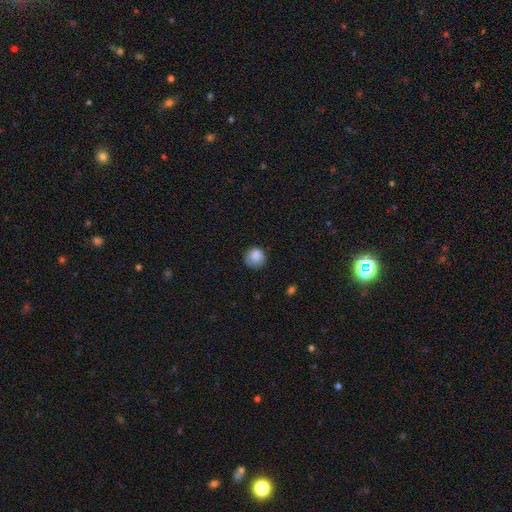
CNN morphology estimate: A smooth galaxy with no disk features (85%) that is round (89%). Merging: none (73%).